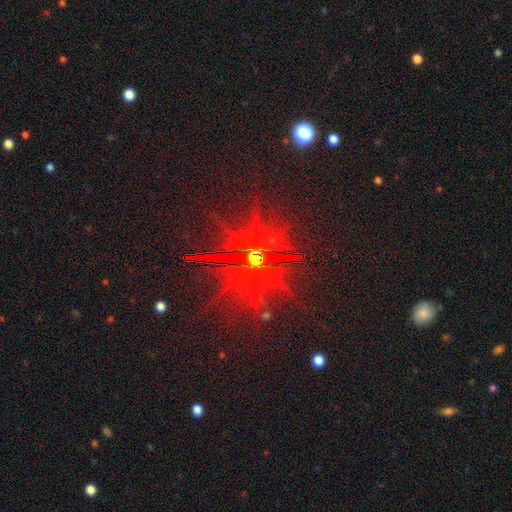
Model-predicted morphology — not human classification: Smooth or featured? Predicted: star or artifact (p=0.63).